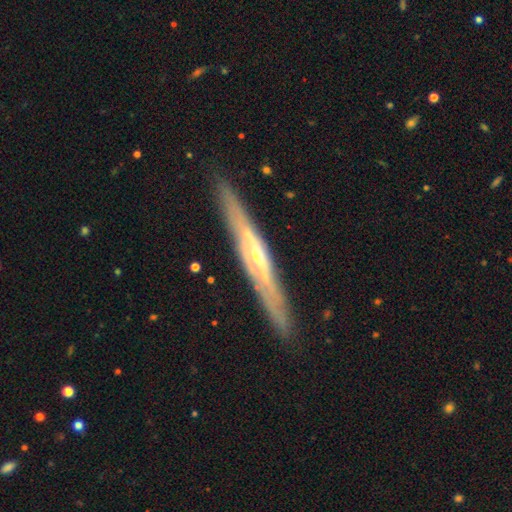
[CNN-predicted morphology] This is likely a featured or disk galaxy (78%). It is clearly viewed edge-on (90%). Edge-on bulge: likely rounded (68%). Merging: clearly none (89%).